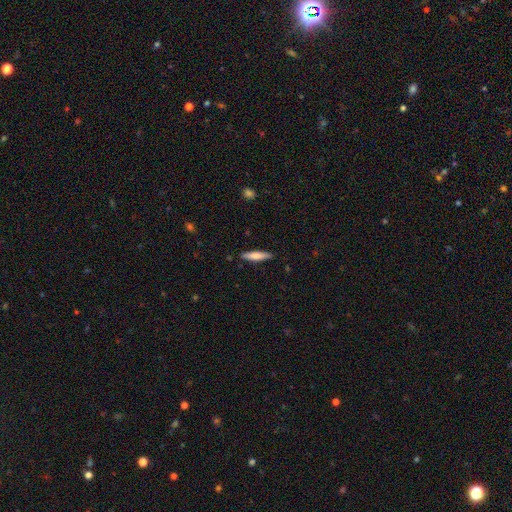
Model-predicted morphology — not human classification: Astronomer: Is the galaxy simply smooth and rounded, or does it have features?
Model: smooth — 72%.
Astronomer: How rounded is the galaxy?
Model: cigar-shaped — 84%.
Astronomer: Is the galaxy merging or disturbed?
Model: none — 89%.